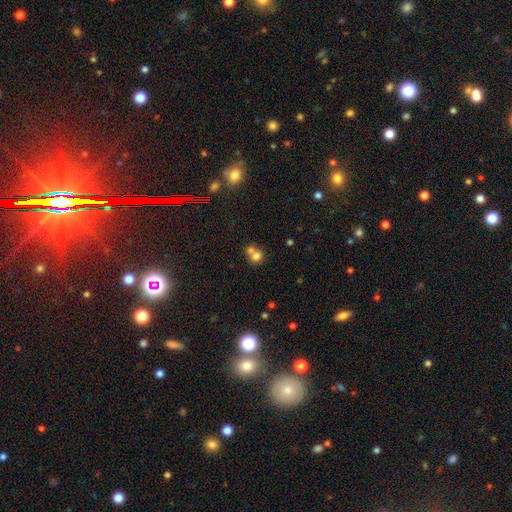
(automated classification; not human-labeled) Smooth or featured?
  - smooth: 72% *
  - featured or disk: 14%
  - star or artifact: 13%
How rounded?
  - round: 74% *
  - in between: 25%
  - cigar-shaped: 1%
Merging?
  - merger: 57% *
  - none: 33%
  - minor disturbance: 7%
  - major disturbance: 3%